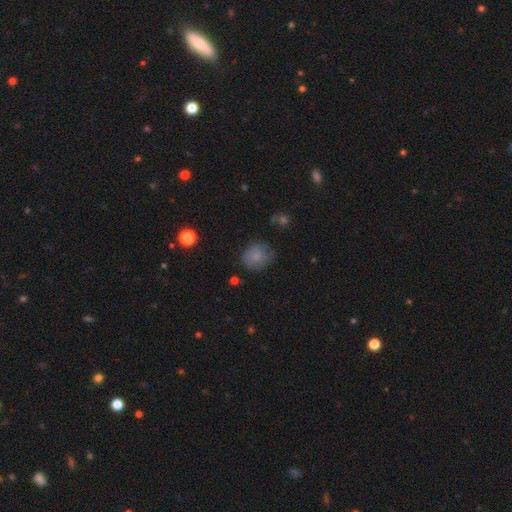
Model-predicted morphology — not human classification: smooth 75%, featured or disk 15%, star or artifact 10%. Down the decision tree: how rounded — round (74%); merging — none (61%).